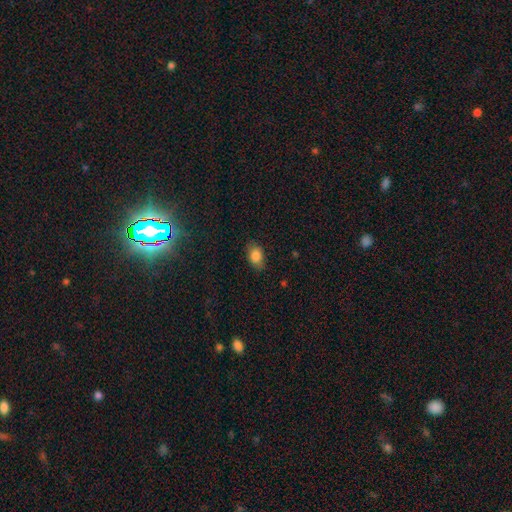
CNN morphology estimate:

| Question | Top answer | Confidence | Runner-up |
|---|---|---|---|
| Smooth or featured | smooth | 85% | star or artifact (9%) |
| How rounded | in between | 86% | round (12%) |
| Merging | none | 82% | minor disturbance (13%) |